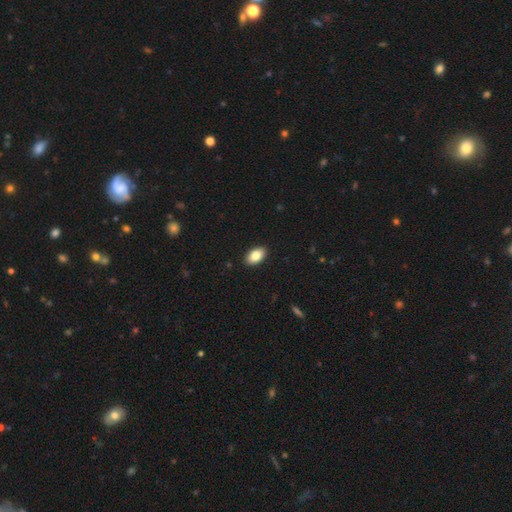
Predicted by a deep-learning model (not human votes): Smooth or featured? smooth (83%)
How rounded? in between (93%)
Merging? none (91%)